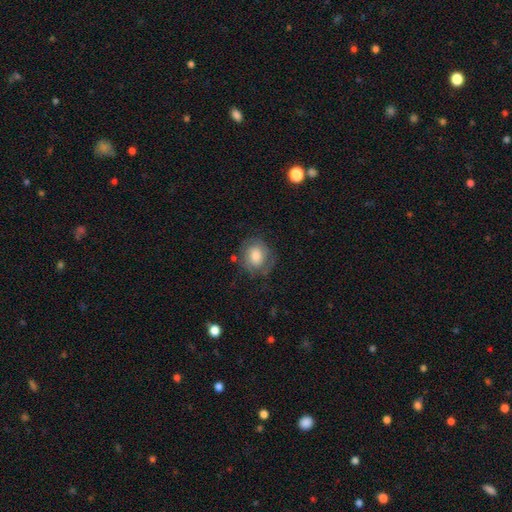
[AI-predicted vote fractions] A featured or disk galaxy (46%).

Vote fractions:
- Smooth or featured? featured or disk: 46% / smooth: 45% / star or artifact: 9%
- Merging? none: 68% / minor disturbance: 20% / major disturbance: 11% / merger: 2%